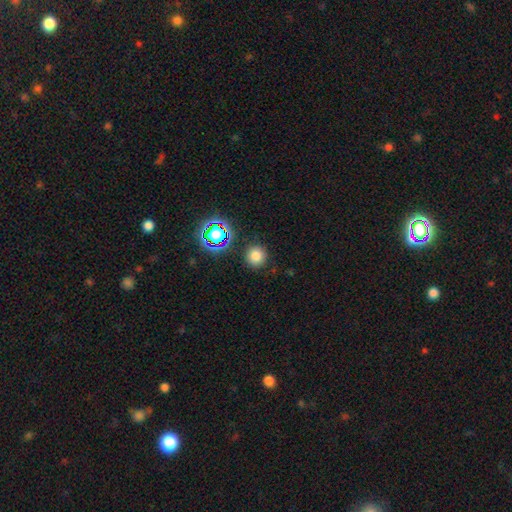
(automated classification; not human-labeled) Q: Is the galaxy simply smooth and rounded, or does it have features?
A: smooth — 75%.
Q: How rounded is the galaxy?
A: round — 93%.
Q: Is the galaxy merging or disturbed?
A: none — 87%.